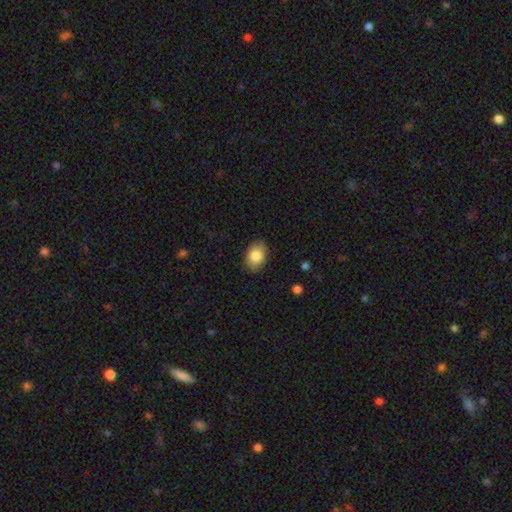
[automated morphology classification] Smooth or featured? Predicted: smooth (p=0.85). How rounded? Predicted: in between (p=0.85). Merging? Predicted: none (p=0.87).